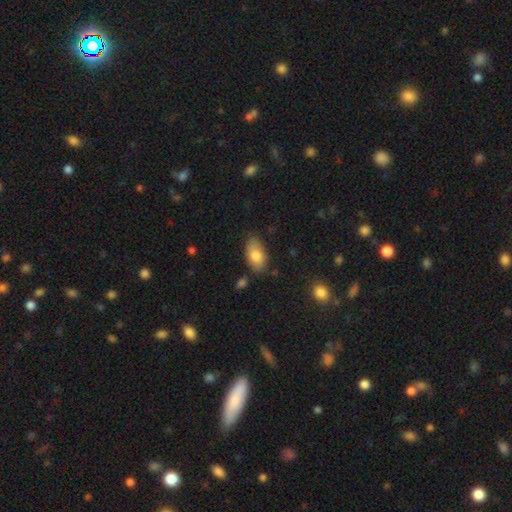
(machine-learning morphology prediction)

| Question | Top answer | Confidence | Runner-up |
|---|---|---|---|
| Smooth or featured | smooth | 80% | featured or disk (13%) |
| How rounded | in between | 92% | cigar-shaped (4%) |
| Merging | none | 73% | minor disturbance (21%) |